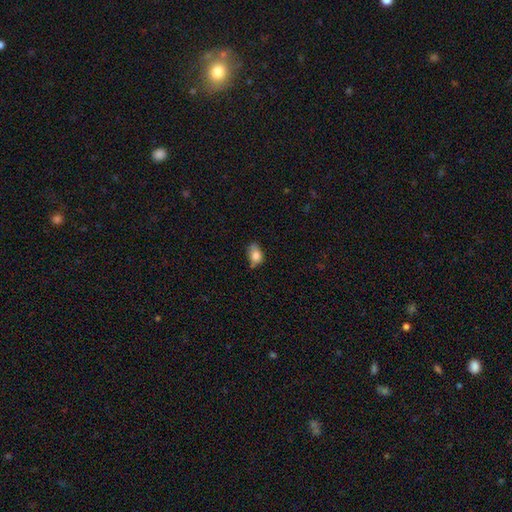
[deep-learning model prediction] Morphology: type=smooth (78%); roundness=in between (78%); merging=none (46%).